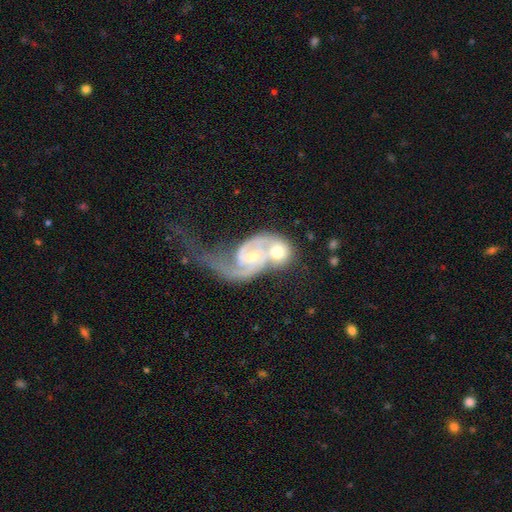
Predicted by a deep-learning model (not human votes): Q: Smooth or featured?
A: featured or disk (84%); runner-up: smooth (10%)
Q: Edge-on disk?
A: no (97%); runner-up: yes (3%)
Q: Bar?
A: no (62%); runner-up: weak (30%)
Q: Spiral arms?
A: yes (93%); runner-up: no (7%)
Q: Spiral winding?
A: medium (38%); runner-up: loose (33%)
Q: Spiral arm count?
A: 2 (62%); runner-up: 1 (24%)
Q: Bulge size?
A: moderate (46%); tied with: small (46%)
Q: Merging?
A: merger (69%); runner-up: major disturbance (14%)